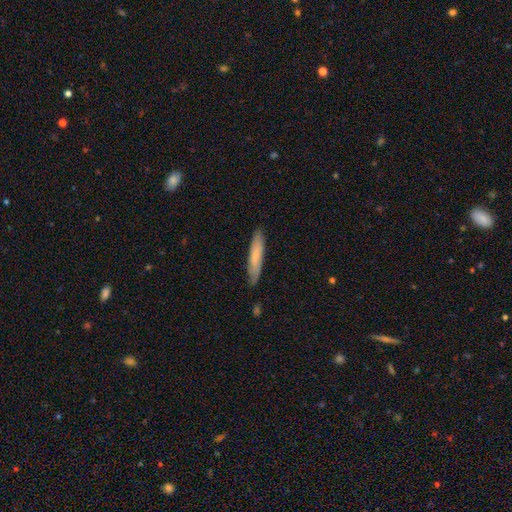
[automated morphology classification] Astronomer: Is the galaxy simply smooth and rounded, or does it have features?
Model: smooth — 70%.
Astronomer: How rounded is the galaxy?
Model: cigar-shaped — 88%.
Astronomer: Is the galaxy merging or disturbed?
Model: none — 85%.